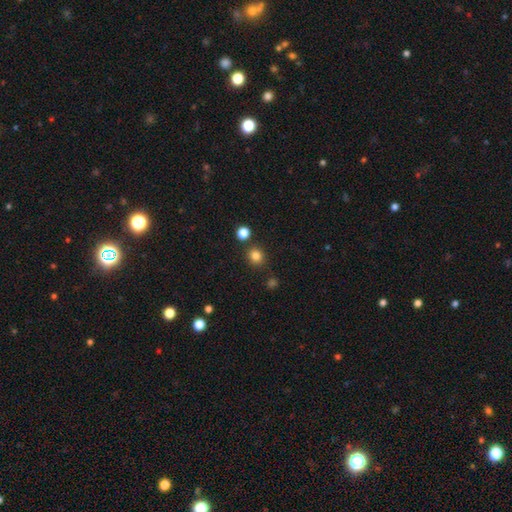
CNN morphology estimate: type=smooth (82%); roundness=round (82%); merging=none (81%).